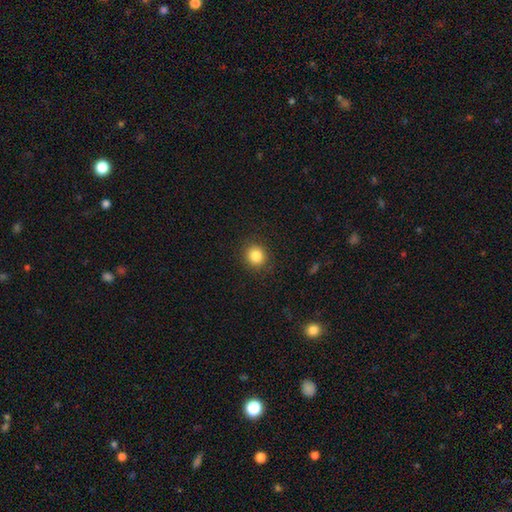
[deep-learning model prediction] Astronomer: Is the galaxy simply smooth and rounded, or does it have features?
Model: smooth — 85%.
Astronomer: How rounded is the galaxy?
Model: round — 90%.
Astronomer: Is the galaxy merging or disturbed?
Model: none — 91%.